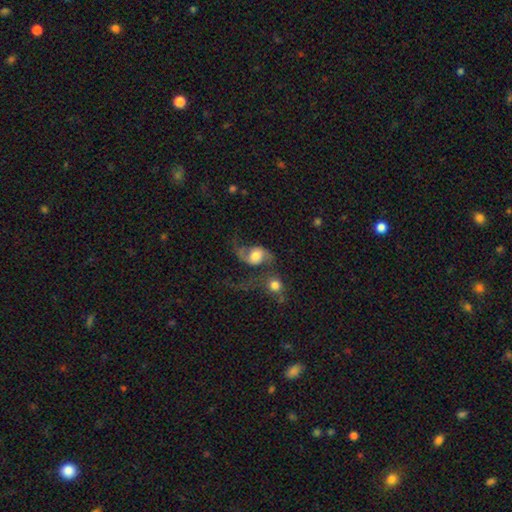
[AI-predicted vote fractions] A featured or disk galaxy (65%) with no bar (63%), 2 (85%) loose (71%) spiral arms (89%) and a moderate central bulge (45%).

Vote fractions:
- Smooth or featured? featured or disk: 65% / smooth: 27% / star or artifact: 9%
- Edge-on disk? no: 97% / yes: 3%
- Bar? no: 63% / weak: 31% / strong: 6%
- Spiral arms? yes: 89% / no: 11%
- Spiral winding? loose: 71% / medium: 23% / tight: 6%
- Spiral arm count? 2: 85% / 1: 8% / can't tell: 4% / 3: 1% / 4: 1% / more than 4: 1%
- Bulge size? moderate: 45% / large: 37% / small: 9% / dominant: 5% / none: 4%
- Merging? merger: 36% / major disturbance: 26% / none: 26% / minor disturbance: 13%